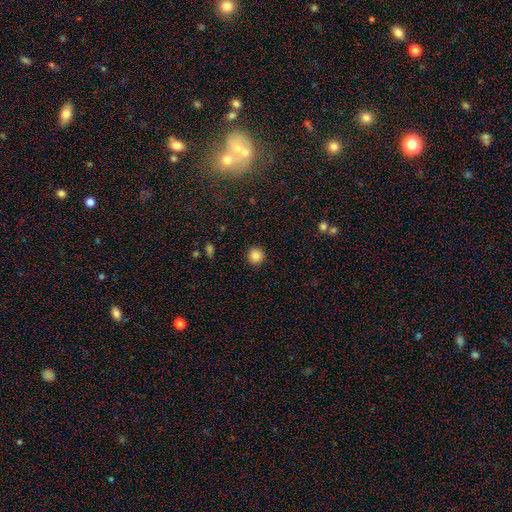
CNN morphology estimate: smooth_or_featured: smooth (p=0.86) [alt: star or artifact p=0.10]
how_rounded: round (p=0.93) [alt: in between p=0.06]
merging: none (p=0.92) [alt: minor disturbance p=0.05]